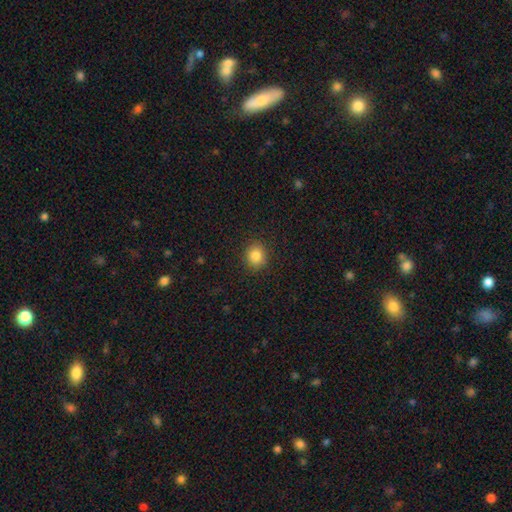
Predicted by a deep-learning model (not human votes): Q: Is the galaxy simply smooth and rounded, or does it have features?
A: smooth — 85%.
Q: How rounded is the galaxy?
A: round — 80%.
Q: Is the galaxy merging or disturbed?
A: none — 90%.